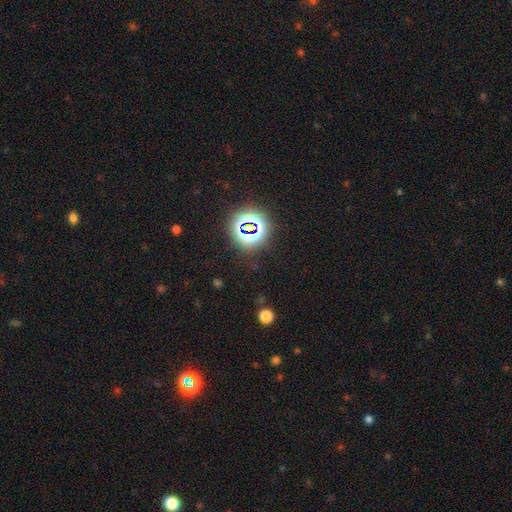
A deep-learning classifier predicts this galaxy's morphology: Smooth or featured? Predicted: star or artifact (p=0.78).